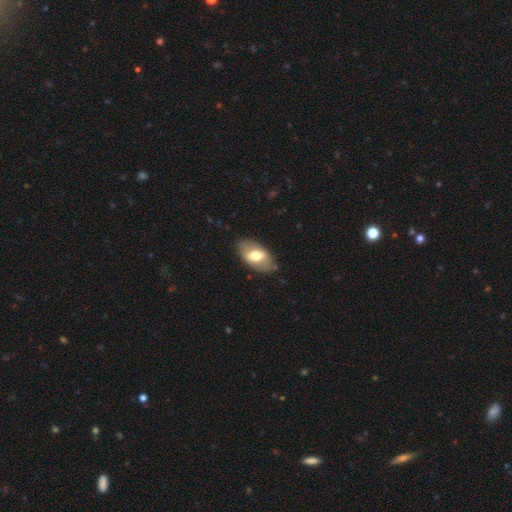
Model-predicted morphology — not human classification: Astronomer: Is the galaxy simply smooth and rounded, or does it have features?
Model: smooth — 59% (runner-up: featured or disk, 35%).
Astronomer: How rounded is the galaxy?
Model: in between — 92%.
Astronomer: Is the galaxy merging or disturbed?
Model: none — 82%.